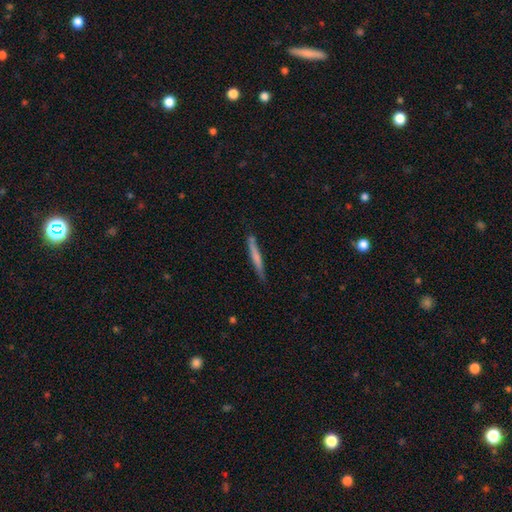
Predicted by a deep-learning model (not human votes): The model was most divided on "smooth or featured": smooth: 60%, featured or disk: 35%, star or artifact: 6%. More confident: how rounded — cigar-shaped (96%); merging — none (81%).